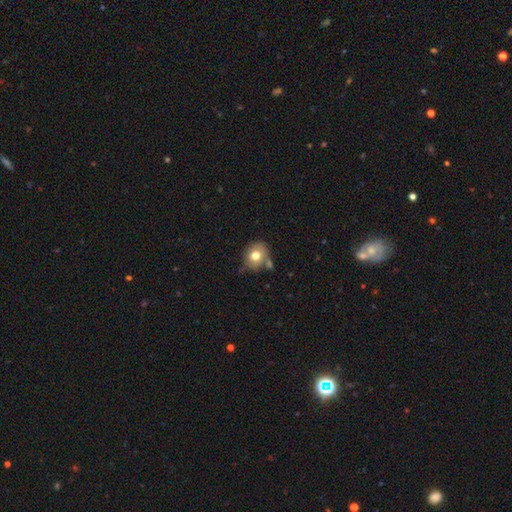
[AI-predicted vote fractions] Smooth or featured? smooth (73%)
How rounded? round (57%)
Merging? none (56%)